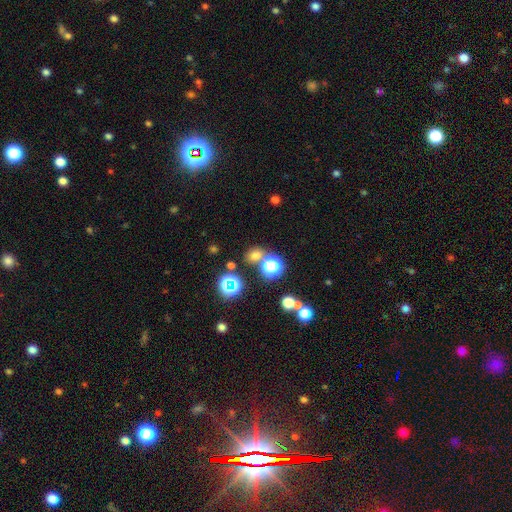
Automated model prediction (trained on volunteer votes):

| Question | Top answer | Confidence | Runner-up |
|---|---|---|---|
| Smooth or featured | smooth | 64% | star or artifact (29%) |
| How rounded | round | 61% | in between (38%) |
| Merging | none | 68% | merger (18%) |